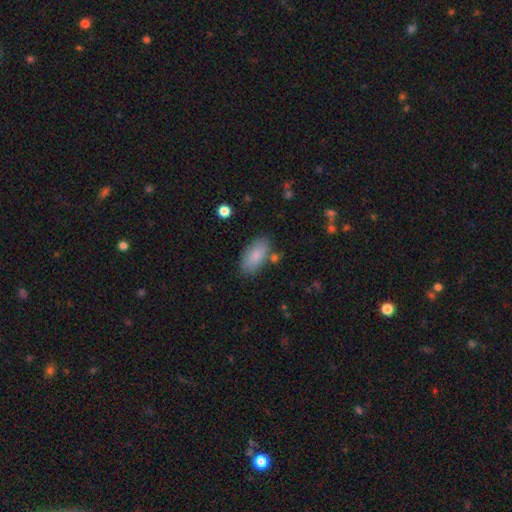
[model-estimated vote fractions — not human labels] Q: Smooth or featured?
A: smooth (85%); runner-up: featured or disk (8%)
Q: How rounded?
A: in between (91%); runner-up: cigar-shaped (6%)
Q: Merging?
A: none (79%); runner-up: minor disturbance (13%)